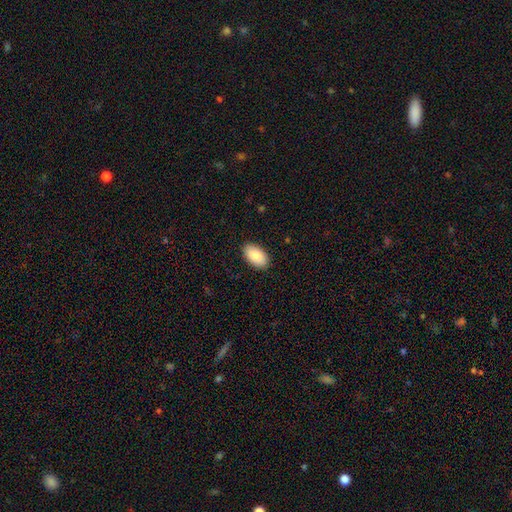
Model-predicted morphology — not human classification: Overall: smooth (86%). How rounded: in between (95%). Merging: none (89%).